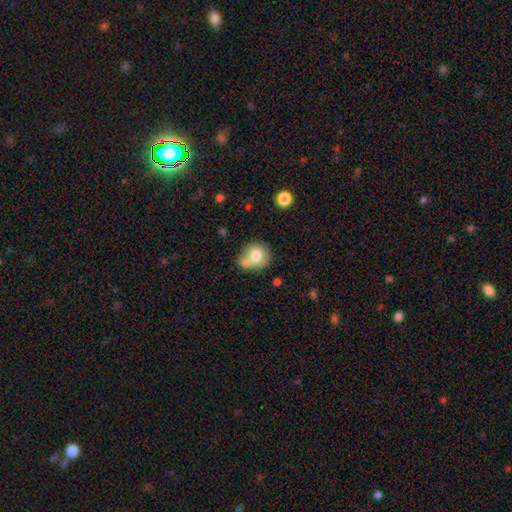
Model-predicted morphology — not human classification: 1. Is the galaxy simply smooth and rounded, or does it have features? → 74% smooth, 17% featured or disk, 9% star or artifact.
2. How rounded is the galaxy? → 79% round, 20% in between, 1% cigar-shaped.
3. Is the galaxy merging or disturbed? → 45% none, 34% merger, 15% minor disturbance, 5% major disturbance.